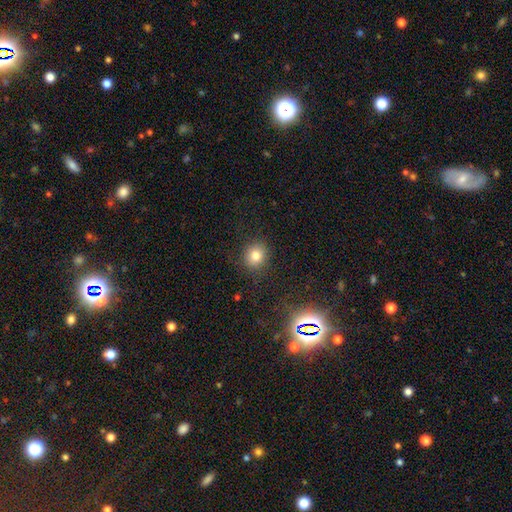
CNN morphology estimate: Smooth or featured?
  - smooth: 79% *
  - star or artifact: 13%
  - featured or disk: 8%
How rounded?
  - round: 78% *
  - in between: 21%
  - cigar-shaped: 1%
Merging?
  - none: 88% *
  - minor disturbance: 8%
  - major disturbance: 3%
  - merger: 1%